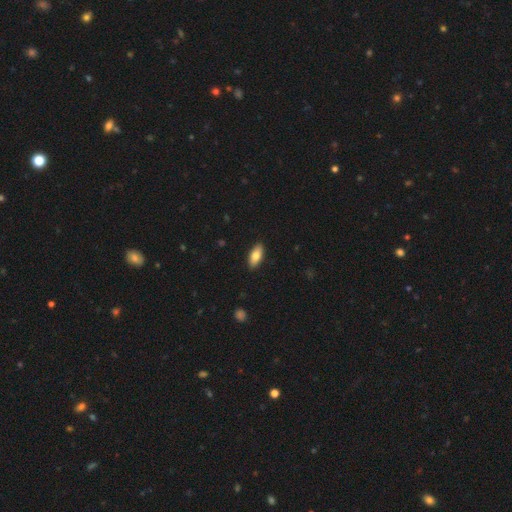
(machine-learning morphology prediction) This appears to be a smooth galaxy with no disk features (81%) that is in between round and cigar-shaped (85%). Merging: none (89%).